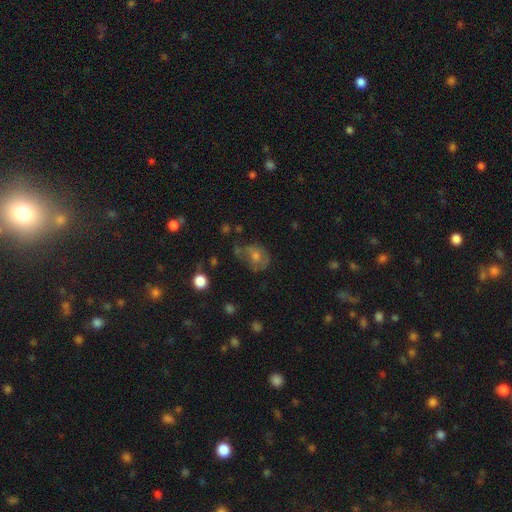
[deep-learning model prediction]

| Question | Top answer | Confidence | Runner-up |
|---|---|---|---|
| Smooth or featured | smooth | 47% | featured or disk (37%) |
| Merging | none | 50% | minor disturbance (27%) |